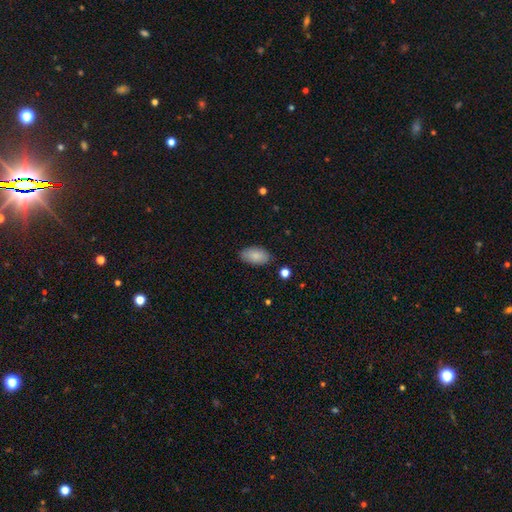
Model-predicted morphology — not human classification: This is clearly a smooth galaxy (87%). How rounded: clearly in between (94%). Merging: clearly none (85%).